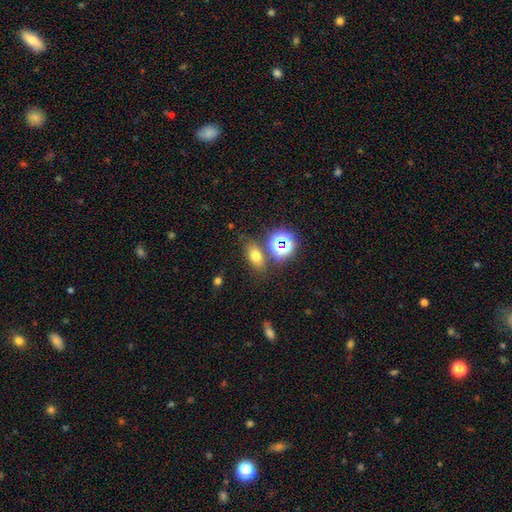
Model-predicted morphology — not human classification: Smooth or featured? smooth (66%)
How rounded? in between (73%)
Merging? none (75%)